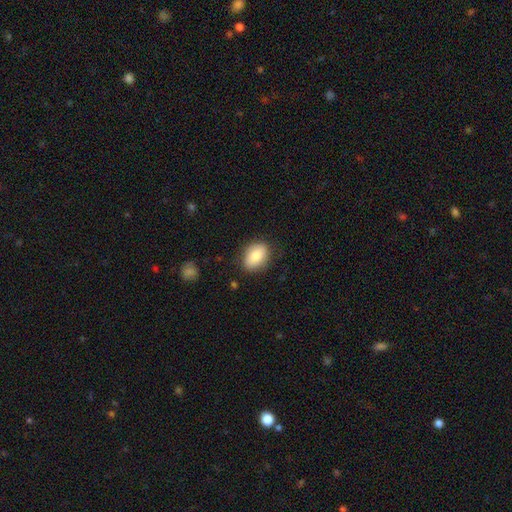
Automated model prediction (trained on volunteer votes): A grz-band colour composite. It shows a smooth galaxy with no disk features (80%) that is in between round and cigar-shaped (76%). Merging: none (83%).